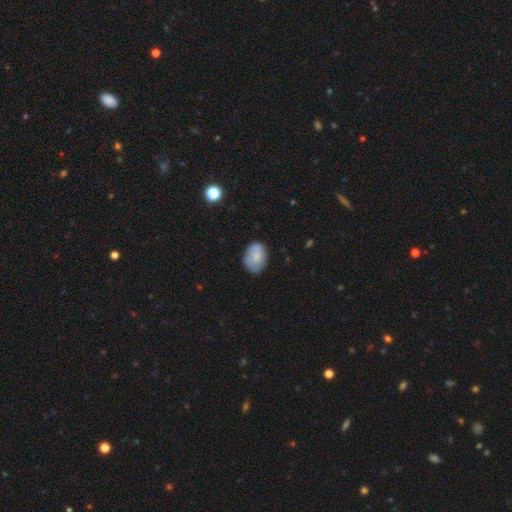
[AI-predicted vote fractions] smooth-or-featured: smooth: 70% | featured or disk: 22% | star or artifact: 7%
  how-rounded: in between: 75% | round: 24% | cigar-shaped: 1%
  merging: none: 69% | minor disturbance: 23% | major disturbance: 6% | merger: 2%